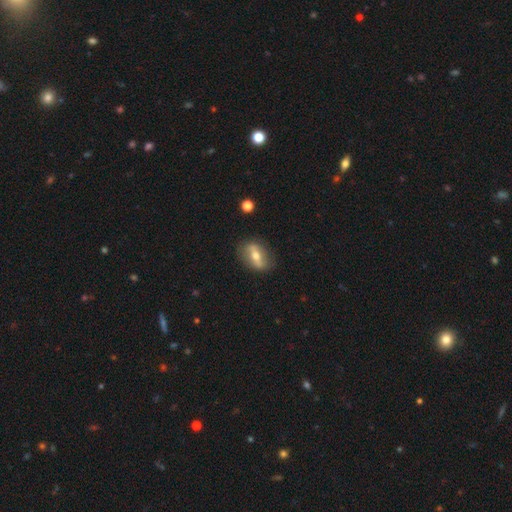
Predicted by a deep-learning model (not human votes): Smooth or featured?
  - featured or disk: 58% *
  - smooth: 35%
  - star or artifact: 7%
Edge-on disk?
  - no: 73% *
  - yes: 27%
Merging?
  - none: 81% *
  - minor disturbance: 13%
  - major disturbance: 4%
  - merger: 2%